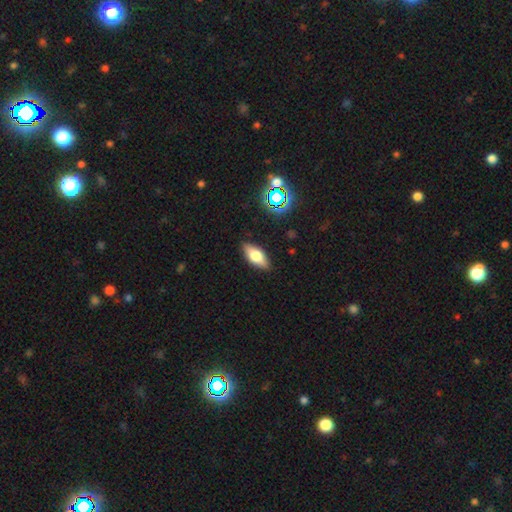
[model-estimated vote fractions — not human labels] Morphology: type=smooth (61%); roundness=in between (79%); merging=none (87%).